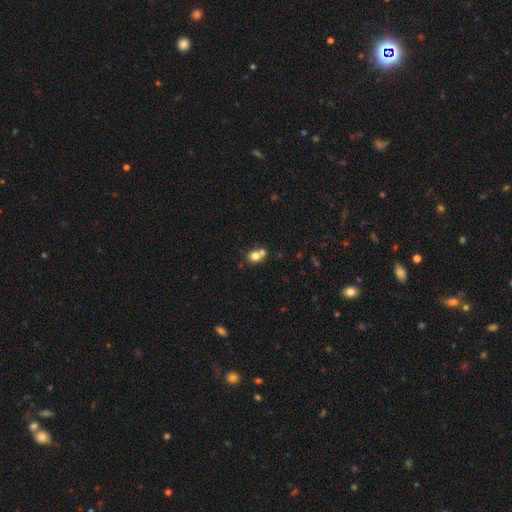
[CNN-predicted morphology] type=smooth (75%); roundness=round (65%); merging=merger (50%).